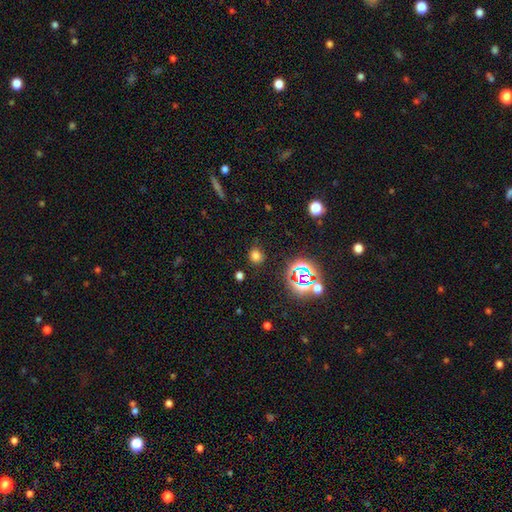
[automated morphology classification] The model was most divided on "smooth or featured": smooth: 68%, star or artifact: 26%, featured or disk: 6%. More confident: merging — none (83%); how rounded — round (77%).